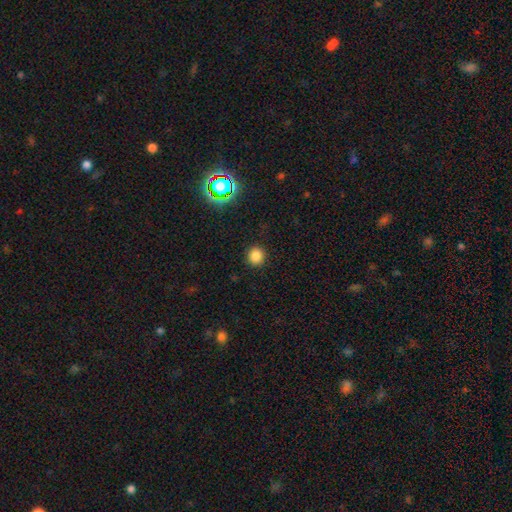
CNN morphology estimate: Overall: smooth (83%). How rounded: round (90%). Merging: none (91%).